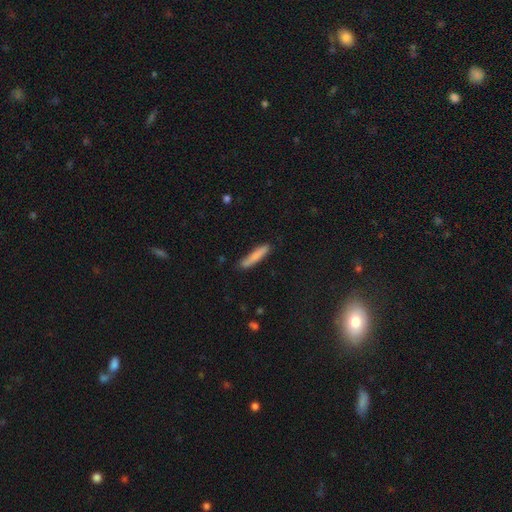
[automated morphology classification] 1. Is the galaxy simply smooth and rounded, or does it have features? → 80% smooth, 14% featured or disk, 6% star or artifact.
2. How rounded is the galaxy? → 91% cigar-shaped, 8% in between, 1% round.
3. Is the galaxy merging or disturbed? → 81% none, 15% minor disturbance, 3% major disturbance, 2% merger.